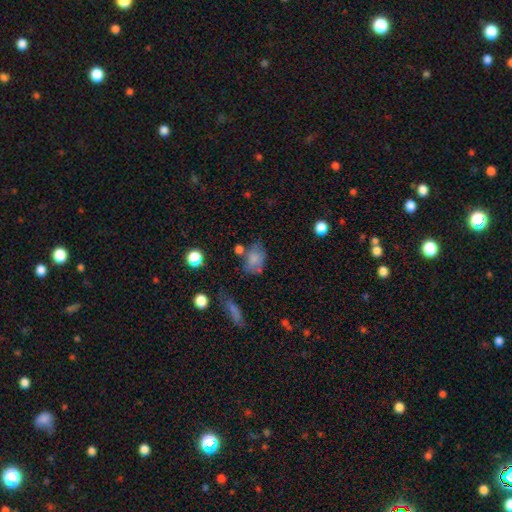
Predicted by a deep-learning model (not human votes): Q: Smooth or featured?
A: smooth (64%); runner-up: featured or disk (18%)
Q: How rounded?
A: in between (71%); runner-up: round (26%)
Q: Merging?
A: none (55%); runner-up: minor disturbance (24%)